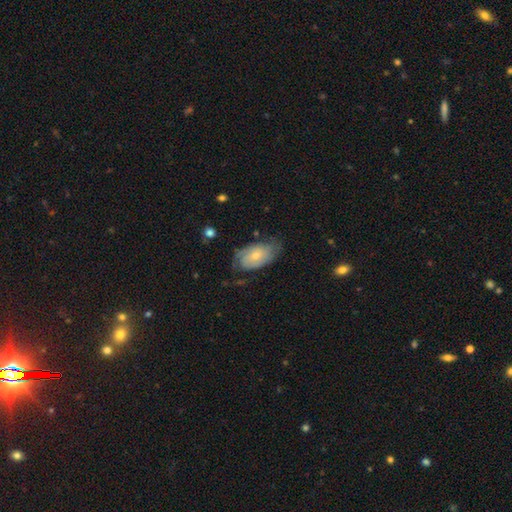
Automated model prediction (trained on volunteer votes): Overall: featured or disk (54%; smooth 40%). Edge-on disk: no (94%). Bar: no (69%). Spiral arms: yes (81%). Bulge size: small (59%; moderate 34%). Merging: none (57%; minor disturbance 28%).